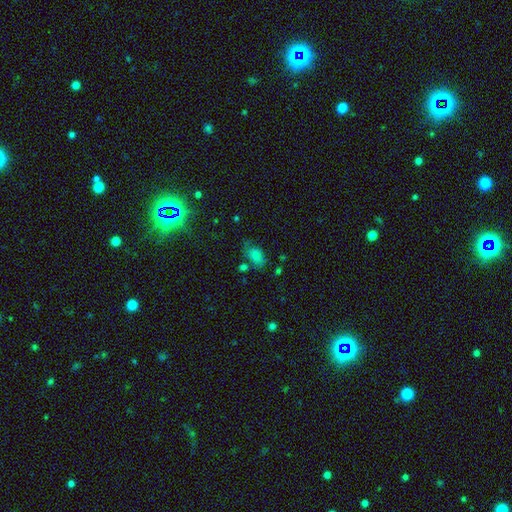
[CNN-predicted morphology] Smooth or featured? smooth (73%)
How rounded? in between (88%)
Merging? none (50%)